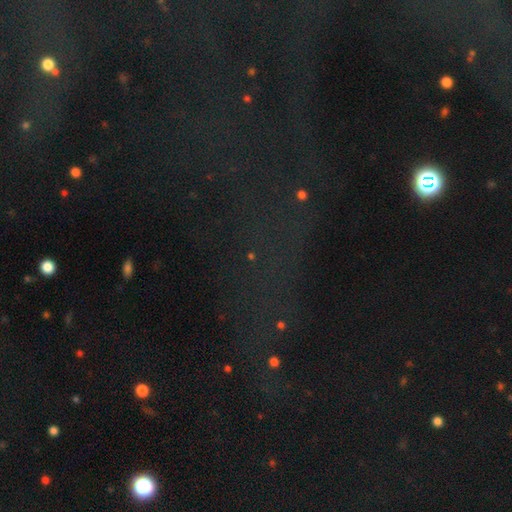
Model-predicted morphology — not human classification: A star or artifact, not a galaxy (72%).

Vote fractions:
- Smooth or featured? star or artifact: 72% / smooth: 15% / featured or disk: 13%